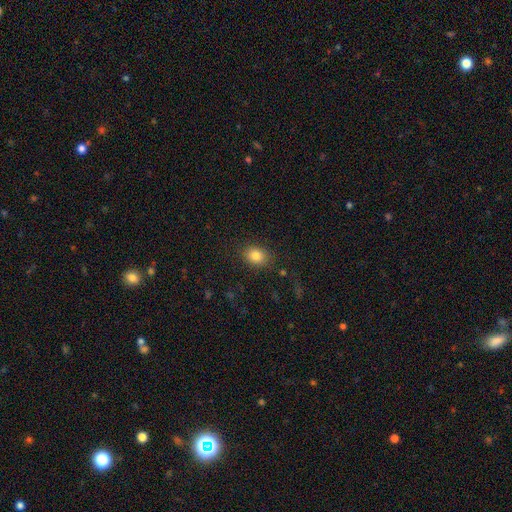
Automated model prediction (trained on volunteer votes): Q: Smooth or featured?
A: smooth (84%); runner-up: star or artifact (10%)
Q: How rounded?
A: in between (66%); runner-up: round (33%)
Q: Merging?
A: none (85%); runner-up: minor disturbance (10%)